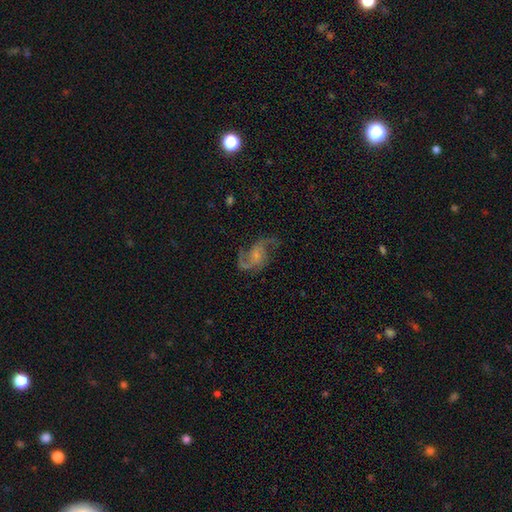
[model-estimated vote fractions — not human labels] Smooth or featured? featured or disk (86%)
Edge-on disk? no (98%)
Bar? no (58%)
Spiral arms? yes (96%)
Spiral winding? loose (55%)
Spiral arm count? 2 (79%)
Bulge size? small (64%)
Merging? none (65%)